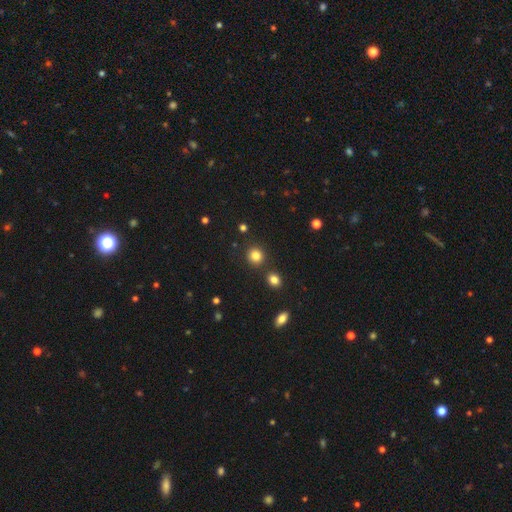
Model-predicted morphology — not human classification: Smooth or featured?
  - smooth: 82% *
  - star or artifact: 12%
  - featured or disk: 5%
How rounded?
  - round: 88% *
  - in between: 11%
  - cigar-shaped: 1%
Merging?
  - none: 85% *
  - minor disturbance: 7%
  - merger: 6%
  - major disturbance: 2%